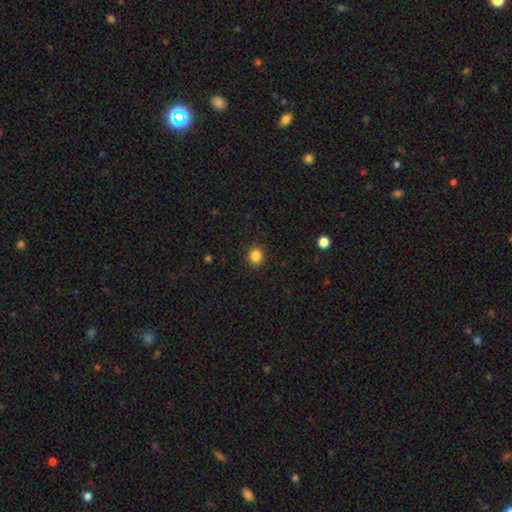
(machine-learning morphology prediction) This is clearly a smooth galaxy (85%). How rounded: clearly round (81%). Merging: clearly none (91%).